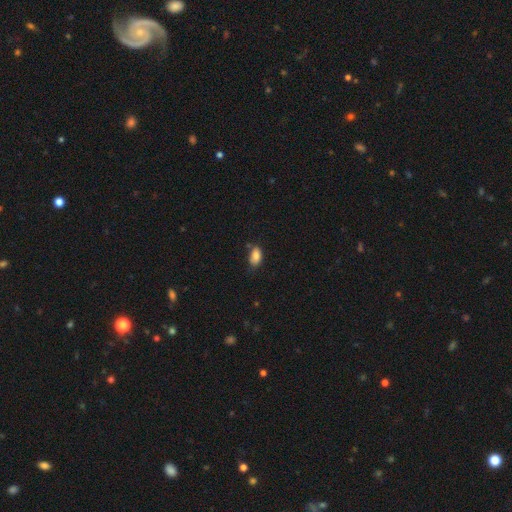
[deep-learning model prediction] This appears to be a smooth galaxy with no disk features (85%) that is in between round and cigar-shaped (90%). Merging: none (64%).